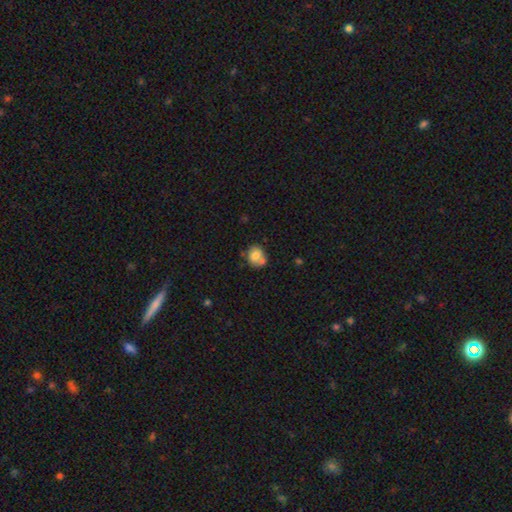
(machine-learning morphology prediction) A smooth galaxy with no disk features (73%) that is round (70%). Merging: none (48%).